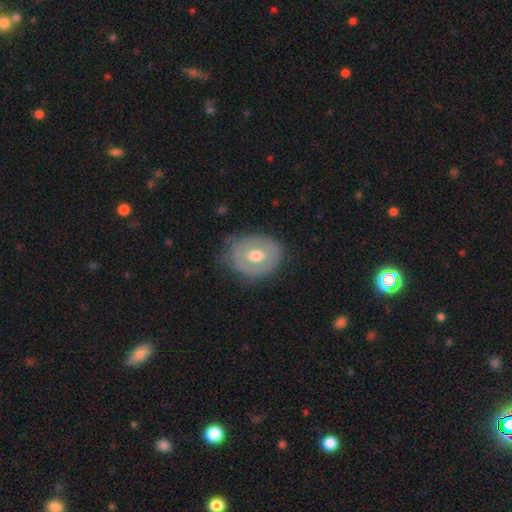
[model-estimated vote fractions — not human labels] Q: Smooth or featured?
A: featured or disk (59%); runner-up: smooth (35%)
Q: Edge-on disk?
A: no (94%); runner-up: yes (6%)
Q: Bar?
A: no (61%); runner-up: weak (29%)
Q: Spiral arms?
A: no (70%); runner-up: yes (30%)
Q: Bulge size?
A: moderate (74%); runner-up: large (16%)
Q: Merging?
A: none (72%); runner-up: minor disturbance (20%)